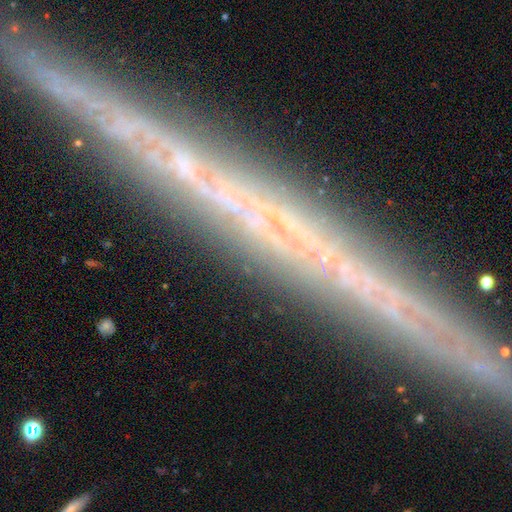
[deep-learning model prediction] Smooth or featured? featured or disk (54%)
Edge-on disk? yes (87%)
Merging? none (87%)